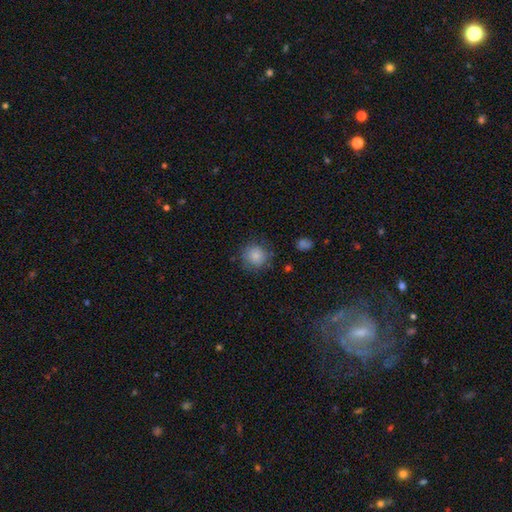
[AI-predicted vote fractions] This appears to be a smooth galaxy with no disk features (85%) that is round (92%). Merging: none (82%).